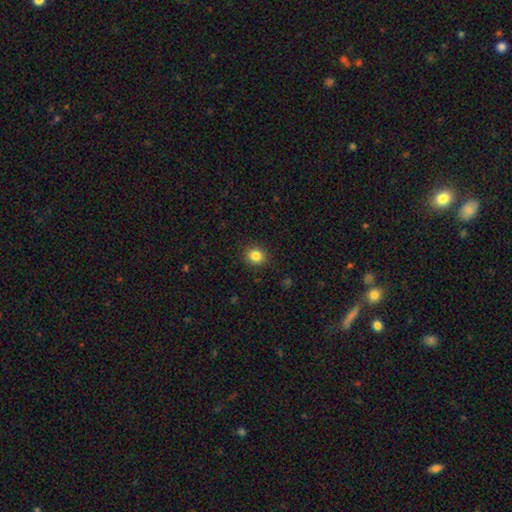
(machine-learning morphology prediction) smooth_or_featured: smooth (p=0.85) [alt: star or artifact p=0.11]
how_rounded: round (p=0.81) [alt: in between p=0.18]
merging: none (p=0.90) [alt: minor disturbance p=0.07]